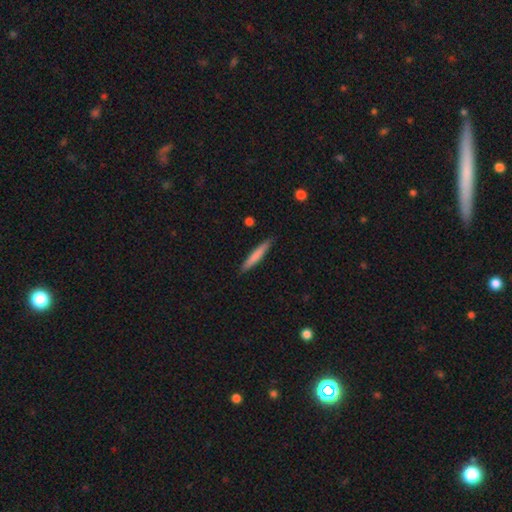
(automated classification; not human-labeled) A smooth galaxy with no disk features (75%) that is cigar-shaped (94%). Merging: none (89%).